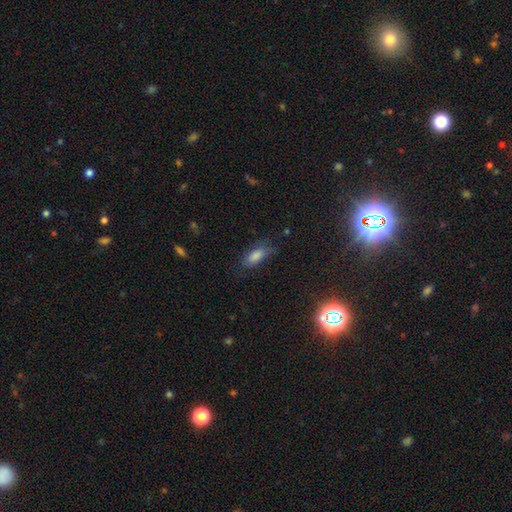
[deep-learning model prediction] Smooth or featured? smooth (68%)
How rounded? in between (79%)
Merging? none (63%)